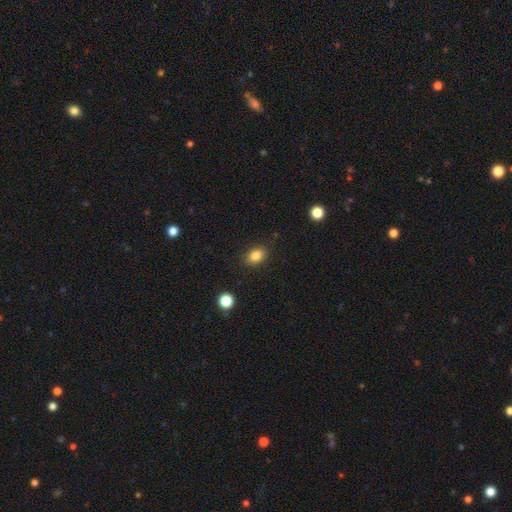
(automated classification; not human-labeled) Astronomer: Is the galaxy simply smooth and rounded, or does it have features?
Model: smooth — 84%.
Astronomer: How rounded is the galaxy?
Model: in between — 73%.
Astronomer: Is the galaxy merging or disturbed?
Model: none — 85%.